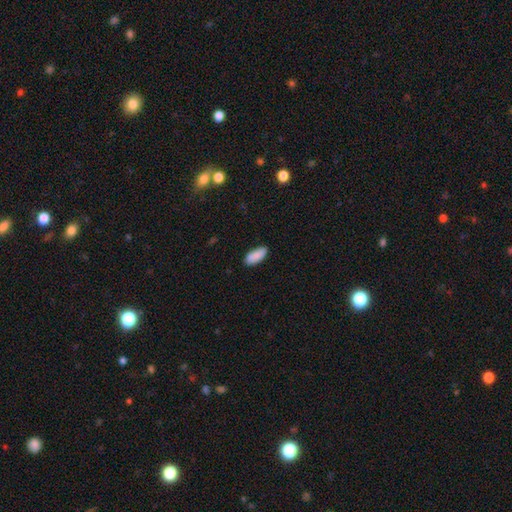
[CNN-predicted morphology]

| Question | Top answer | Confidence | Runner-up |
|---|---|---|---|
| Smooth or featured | smooth | 88% | star or artifact (6%) |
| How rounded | in between | 85% | cigar-shaped (13%) |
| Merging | none | 82% | minor disturbance (14%) |